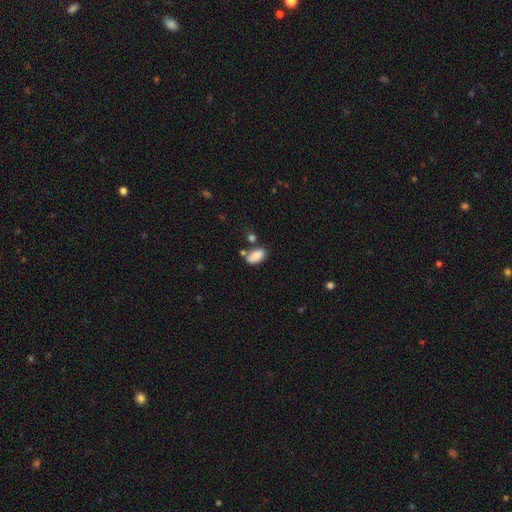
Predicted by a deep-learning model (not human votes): A smooth galaxy with no disk features (81%) that is in between round and cigar-shaped (92%).

Vote fractions:
- Smooth or featured? smooth: 81% / featured or disk: 11% / star or artifact: 8%
- How rounded? in between: 92% / round: 5% / cigar-shaped: 2%
- Merging? none: 59% / minor disturbance: 18% / merger: 18% / major disturbance: 5%